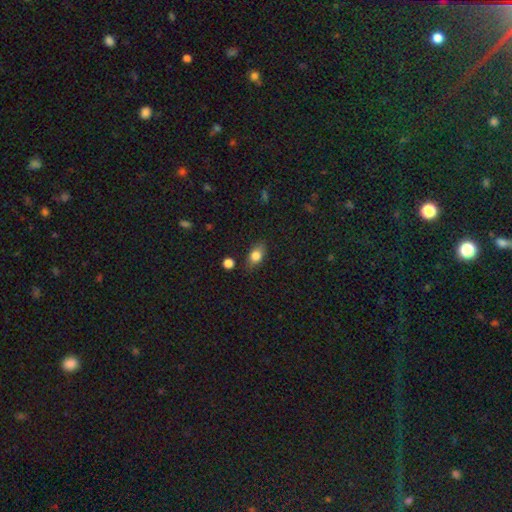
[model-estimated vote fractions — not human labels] smooth-or-featured: smooth: 79% | featured or disk: 12% | star or artifact: 9%
  how-rounded: in between: 79% | round: 17% | cigar-shaped: 5%
  merging: none: 78% | minor disturbance: 16% | major disturbance: 4% | merger: 2%